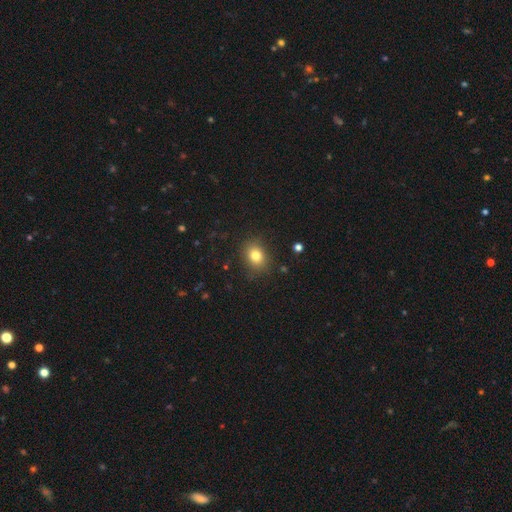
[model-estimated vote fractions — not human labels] This is clearly a smooth galaxy (80%). How rounded: possibly in between (50%). Merging: clearly none (85%).